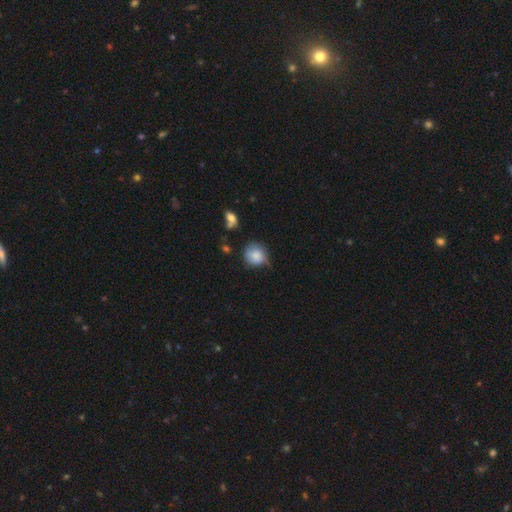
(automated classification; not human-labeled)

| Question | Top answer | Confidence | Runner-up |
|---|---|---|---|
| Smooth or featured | smooth | 82% | featured or disk (10%) |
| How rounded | round | 87% | in between (12%) |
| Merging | none | 55% | minor disturbance (34%) |